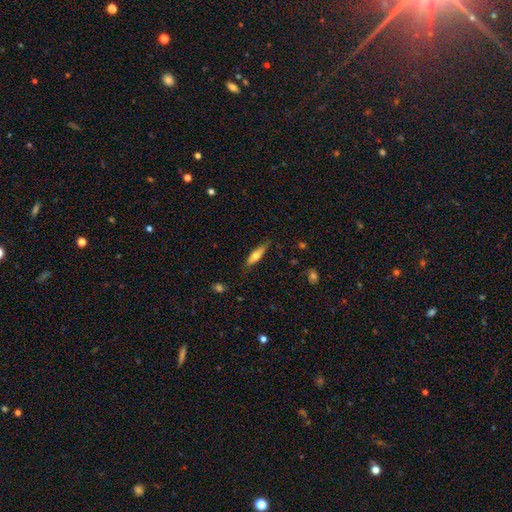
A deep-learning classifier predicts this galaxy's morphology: Smooth or featured?
  - smooth: 53% *
  - featured or disk: 41%
  - star or artifact: 6%
How rounded?
  - cigar-shaped: 69% *
  - in between: 29%
  - round: 2%
Merging?
  - none: 80% *
  - minor disturbance: 16%
  - major disturbance: 3%
  - merger: 1%